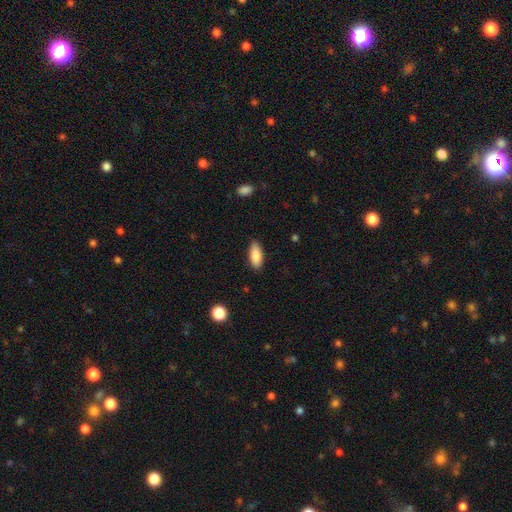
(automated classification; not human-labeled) Overall: smooth (86%). How rounded: in between (81%). Merging: none (86%).